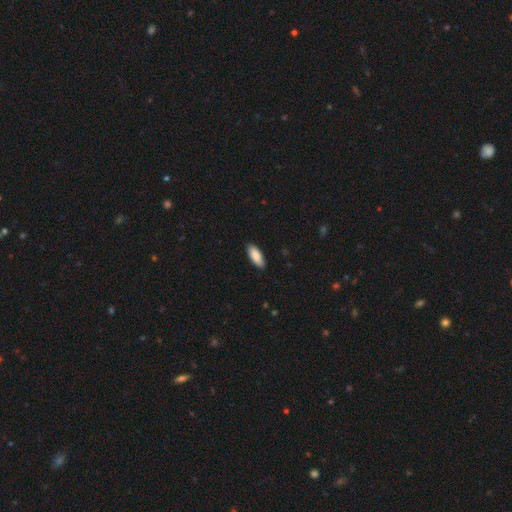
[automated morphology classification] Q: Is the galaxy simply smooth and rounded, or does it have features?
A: smooth — 89%.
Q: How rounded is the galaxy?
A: in between — 82%.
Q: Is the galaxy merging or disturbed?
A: none — 87%.